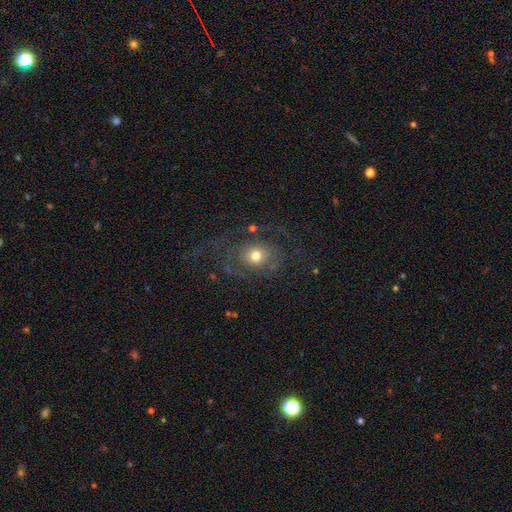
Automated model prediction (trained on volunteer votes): This appears to be a featured or disk galaxy (49%). Merging: none (57%).